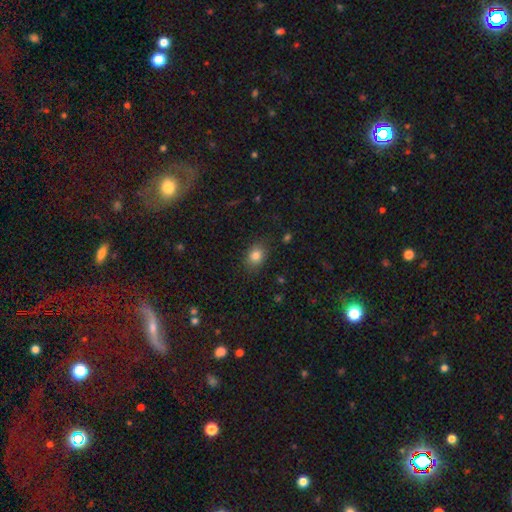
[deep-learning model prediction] smooth_or_featured: smooth (p=0.82) [alt: star or artifact p=0.11]
how_rounded: in between (p=0.56) [alt: round p=0.43]
merging: none (p=0.86) [alt: minor disturbance p=0.10]